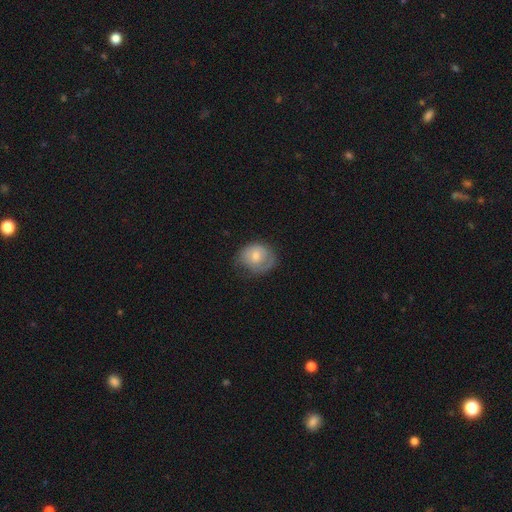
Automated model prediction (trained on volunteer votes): Overall: smooth (53%; featured or disk 41%). How rounded: round (63%; in between 37%). Merging: none (54%; minor disturbance 30%).